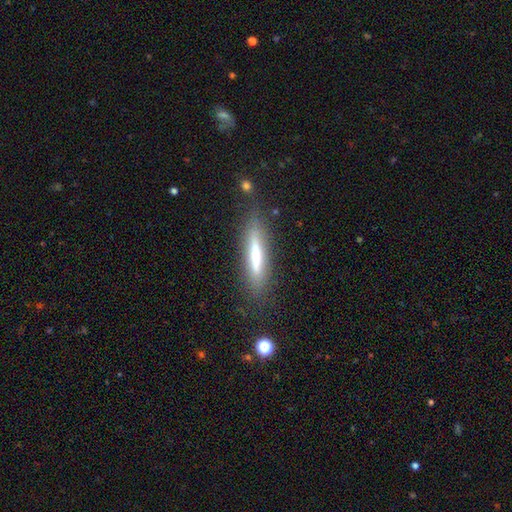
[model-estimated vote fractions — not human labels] This is possibly a smooth galaxy (56%). How rounded: clearly cigar-shaped (89%). Merging: clearly none (82%).